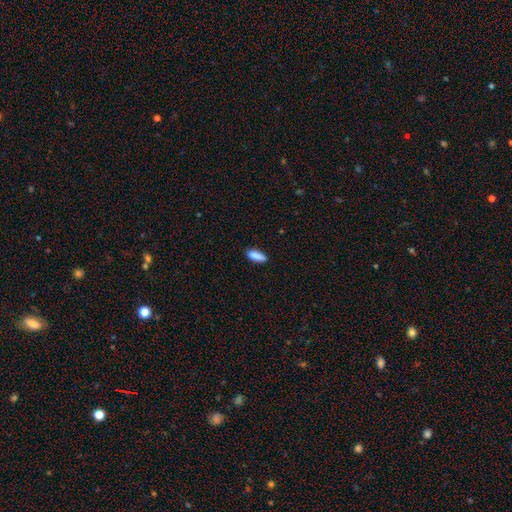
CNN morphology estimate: The model was most divided on "how rounded": in between: 57%, cigar-shaped: 41%, round: 2%. More confident: smooth or featured — smooth (87%); merging — none (80%).